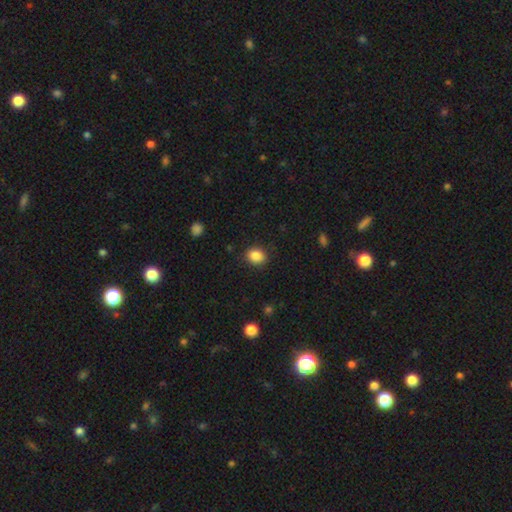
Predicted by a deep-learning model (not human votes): The model was most divided on "how rounded": round: 59%, in between: 40%, cigar-shaped: 1%. More confident: merging — none (88%); smooth or featured — smooth (87%).